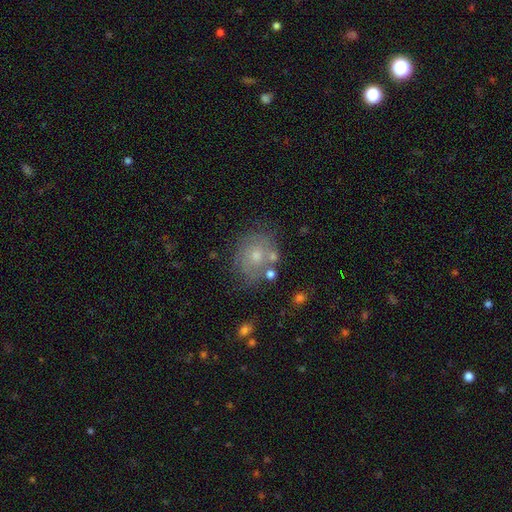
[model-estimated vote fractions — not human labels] A featured or disk galaxy (48%).

Vote fractions:
- Smooth or featured? featured or disk: 48% / smooth: 39% / star or artifact: 13%
- Merging? none: 61% / minor disturbance: 21% / major disturbance: 10% / merger: 8%